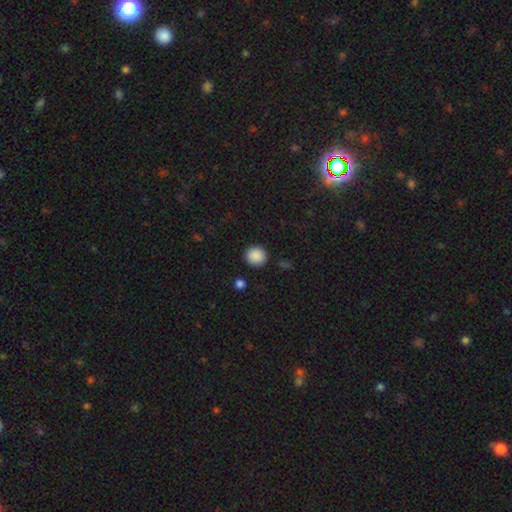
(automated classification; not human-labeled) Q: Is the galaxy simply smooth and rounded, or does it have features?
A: smooth — 89%.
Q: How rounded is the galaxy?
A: round — 90%.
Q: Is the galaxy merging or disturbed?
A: none — 90%.